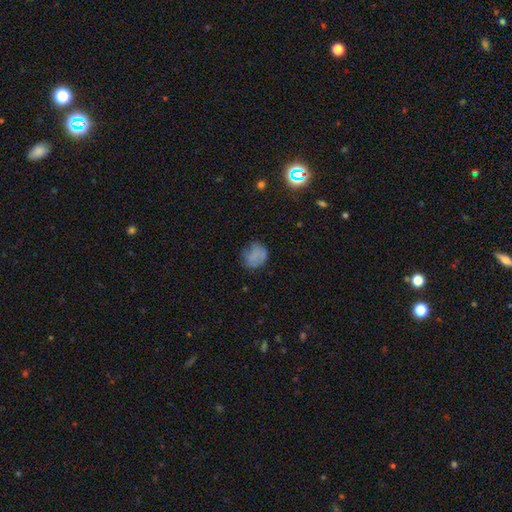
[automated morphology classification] A smooth galaxy with no disk features (76%) that is round (77%).

Vote fractions:
- Smooth or featured? smooth: 76% / featured or disk: 12% / star or artifact: 12%
- How rounded? round: 77% / in between: 22% / cigar-shaped: 1%
- Merging? none: 64% / minor disturbance: 24% / major disturbance: 10% / merger: 2%